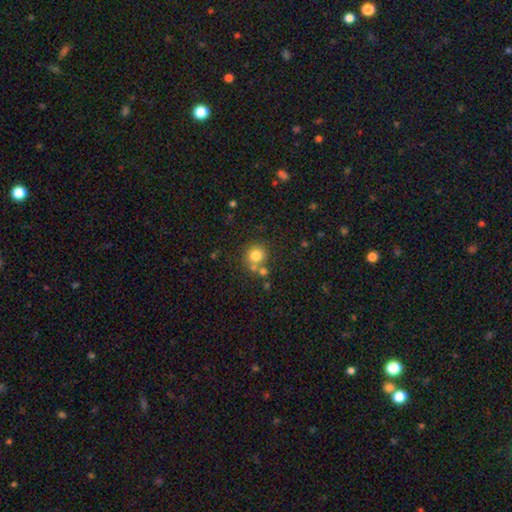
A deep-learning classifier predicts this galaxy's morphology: Overall: smooth (80%). How rounded: round (90%). Merging: none (65%).